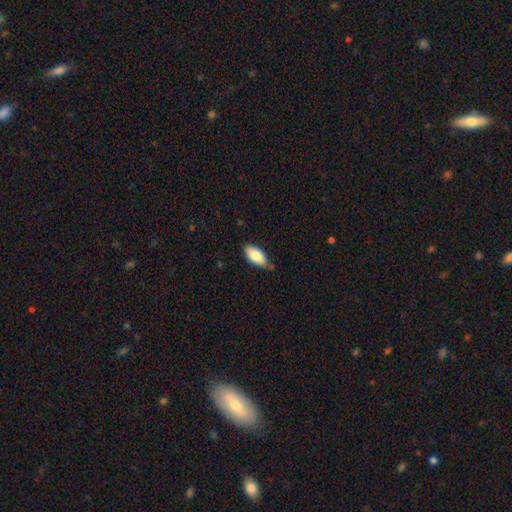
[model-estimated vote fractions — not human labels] Smooth or featured? Predicted: smooth (p=0.83). How rounded? Predicted: in between (p=0.91). Merging? Predicted: none (p=0.68).